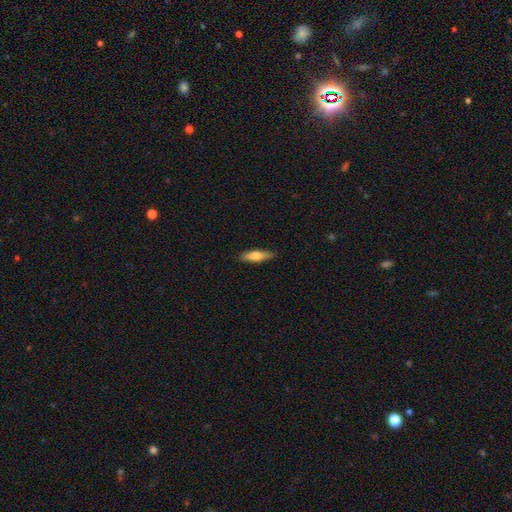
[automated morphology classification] Smooth or featured? Predicted: smooth (p=0.66). How rounded? Predicted: cigar-shaped (p=0.63). Merging? Predicted: none (p=0.88).